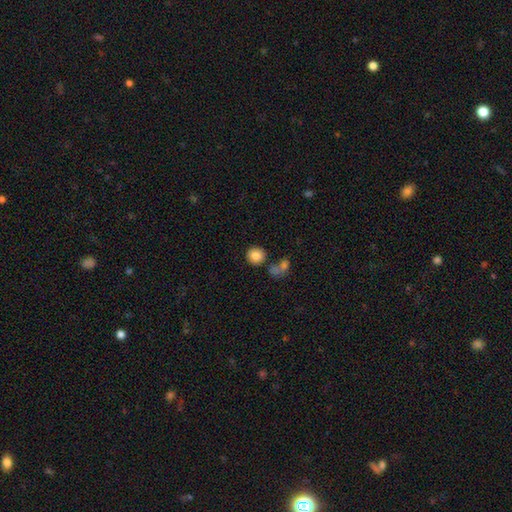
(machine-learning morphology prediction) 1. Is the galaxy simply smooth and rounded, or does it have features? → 85% smooth, 9% star or artifact, 6% featured or disk.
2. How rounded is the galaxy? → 90% round, 9% in between, 1% cigar-shaped.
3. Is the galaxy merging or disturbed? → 74% none, 13% merger, 9% minor disturbance, 4% major disturbance.